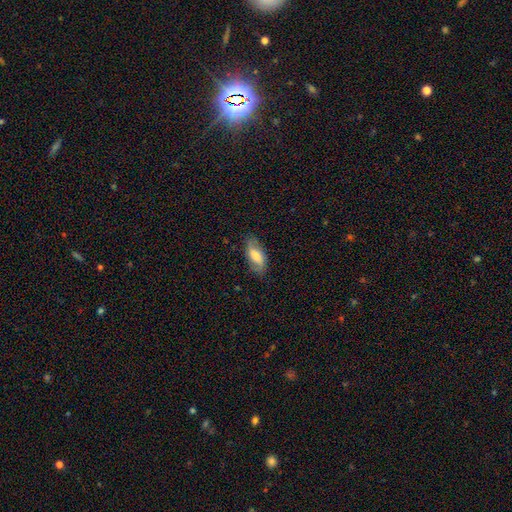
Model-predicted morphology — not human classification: Smooth or featured?
  - smooth: 51% *
  - featured or disk: 43%
  - star or artifact: 7%
How rounded?
  - in between: 86% *
  - cigar-shaped: 11%
  - round: 3%
Merging?
  - none: 78% *
  - minor disturbance: 16%
  - major disturbance: 5%
  - merger: 1%